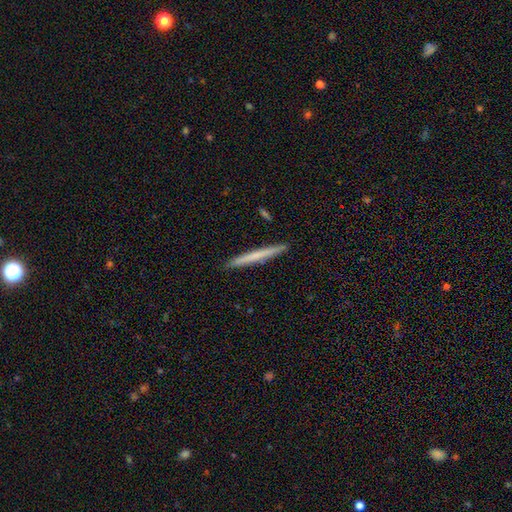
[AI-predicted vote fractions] Smooth or featured? smooth (59%)
How rounded? cigar-shaped (97%)
Merging? none (92%)